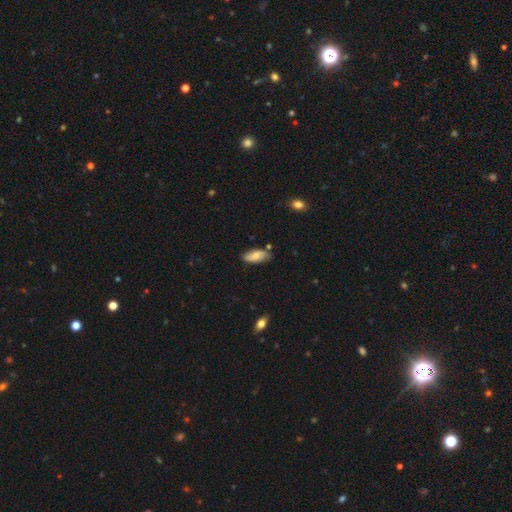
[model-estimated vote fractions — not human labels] The model was most divided on "smooth or featured": smooth: 69%, featured or disk: 24%, star or artifact: 7%. More confident: how rounded — in between (89%); merging — none (75%).